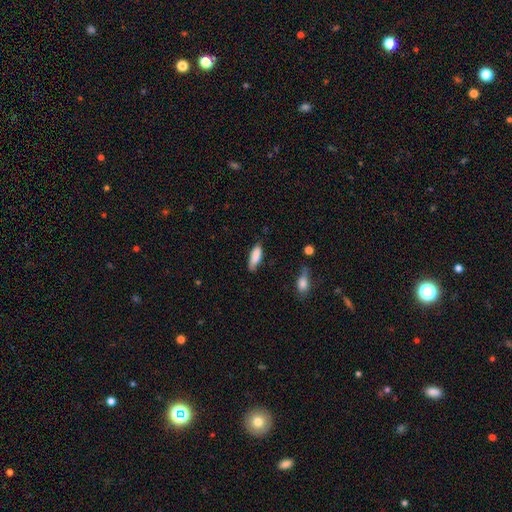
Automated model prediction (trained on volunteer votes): The model was most divided on "how rounded": in between: 64%, cigar-shaped: 34%, round: 2%. More confident: smooth or featured — smooth (86%); merging — none (68%).